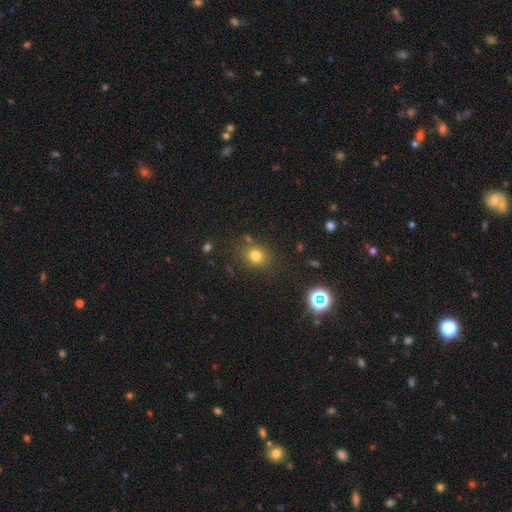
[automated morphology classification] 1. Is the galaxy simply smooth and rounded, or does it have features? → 76% smooth, 16% star or artifact, 7% featured or disk.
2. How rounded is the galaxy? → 69% round, 29% in between, 1% cigar-shaped.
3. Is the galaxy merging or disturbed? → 78% none, 12% minor disturbance, 5% merger, 4% major disturbance.